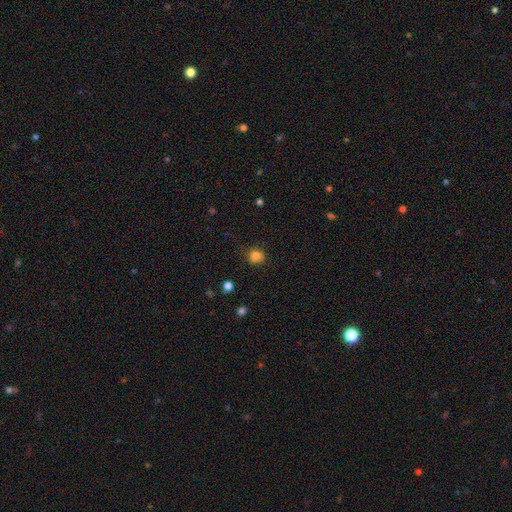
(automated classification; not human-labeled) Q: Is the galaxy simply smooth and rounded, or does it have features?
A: smooth — 82%.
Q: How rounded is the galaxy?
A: round — 81%.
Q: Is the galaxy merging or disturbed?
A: none — 77%.